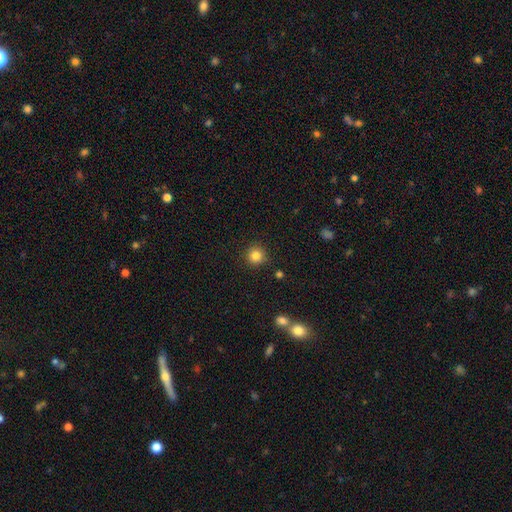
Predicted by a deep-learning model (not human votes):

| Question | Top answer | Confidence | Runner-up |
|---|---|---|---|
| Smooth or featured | smooth | 83% | star or artifact (12%) |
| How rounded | round | 94% | in between (5%) |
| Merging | none | 89% | minor disturbance (7%) |